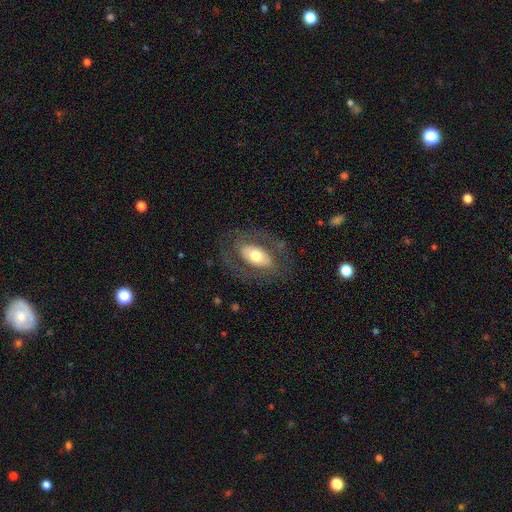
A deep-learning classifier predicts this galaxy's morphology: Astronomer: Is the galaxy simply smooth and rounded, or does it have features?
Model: featured or disk — 48% (runner-up: smooth, 45%).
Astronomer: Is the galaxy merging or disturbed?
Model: none — 73%.